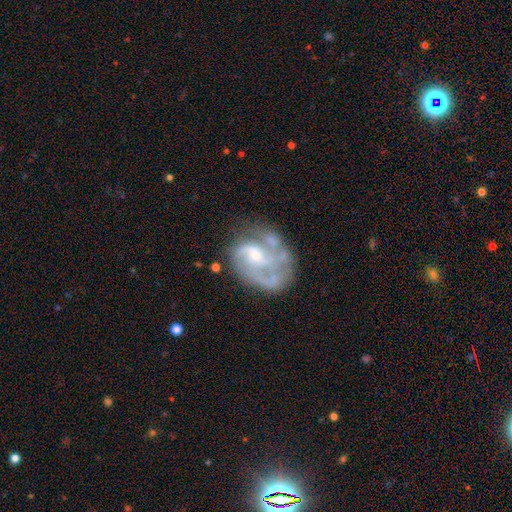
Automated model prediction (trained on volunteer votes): featured or disk 79%, smooth 13%, star or artifact 7%. Down the decision tree: edge-on disk — no (98%); bar — no (54%); spiral arms — yes (82%); spiral arm count — 2 (33%); spiral winding — medium (44%); bulge size — small (52%); merging — none (47%).